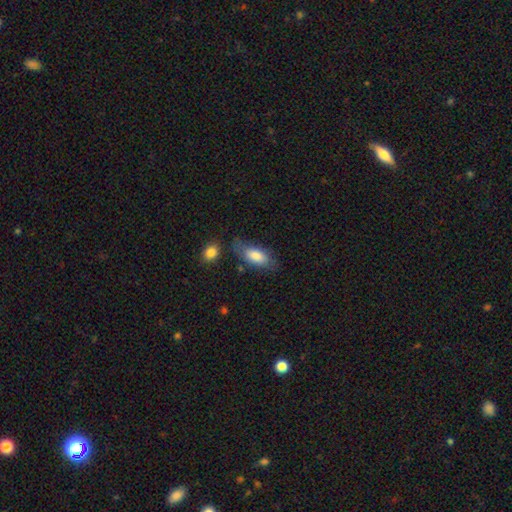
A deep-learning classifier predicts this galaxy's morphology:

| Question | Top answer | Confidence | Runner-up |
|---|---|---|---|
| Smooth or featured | smooth | 79% | featured or disk (15%) |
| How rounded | in between | 87% | cigar-shaped (11%) |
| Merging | none | 63% | minor disturbance (24%) |